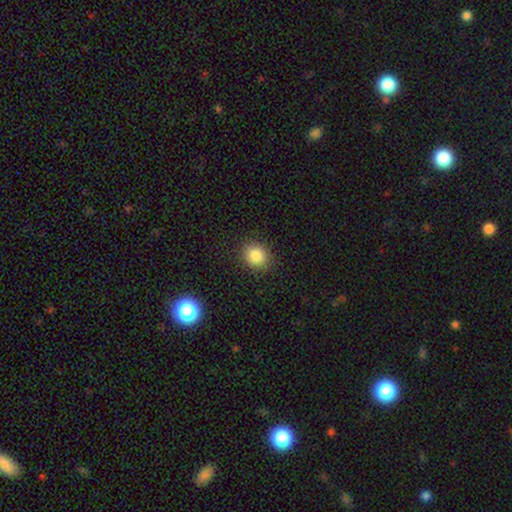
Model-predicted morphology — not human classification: Smooth or featured? smooth (85%)
How rounded? round (74%)
Merging? none (89%)